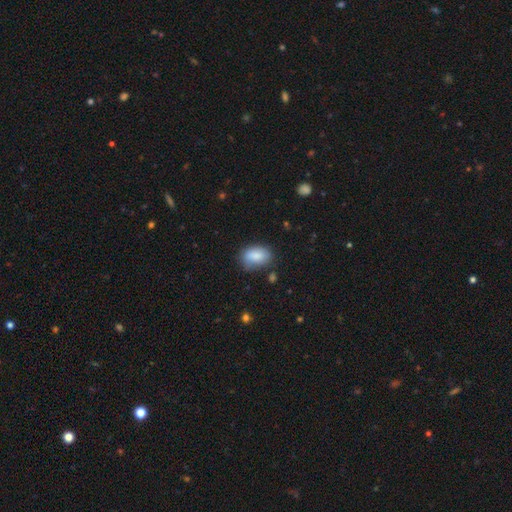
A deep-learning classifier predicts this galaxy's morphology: Overall: smooth (87%). How rounded: in between (87%). Merging: none (71%).